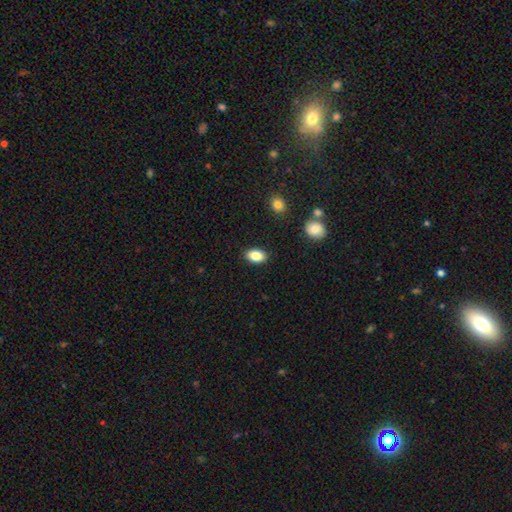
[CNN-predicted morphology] smooth-or-featured: smooth: 86% | star or artifact: 8% | featured or disk: 6%
  how-rounded: in between: 88% | round: 10% | cigar-shaped: 2%
  merging: none: 89% | minor disturbance: 8% | major disturbance: 2% | merger: 1%